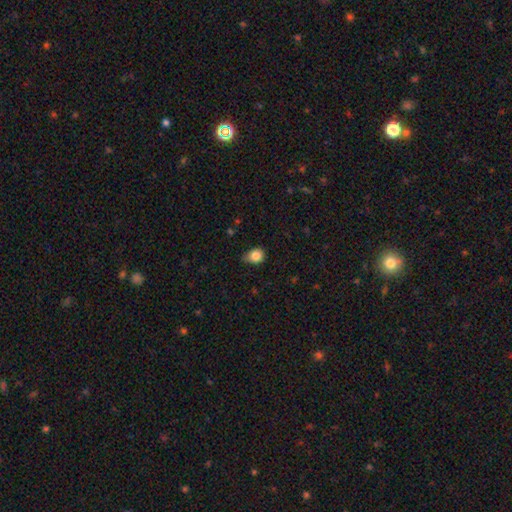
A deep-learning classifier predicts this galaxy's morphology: smooth_or_featured: smooth (p=0.84) [alt: star or artifact p=0.10]
how_rounded: round (p=0.68) [alt: in between p=0.31]
merging: none (p=0.65) [alt: minor disturbance p=0.29]